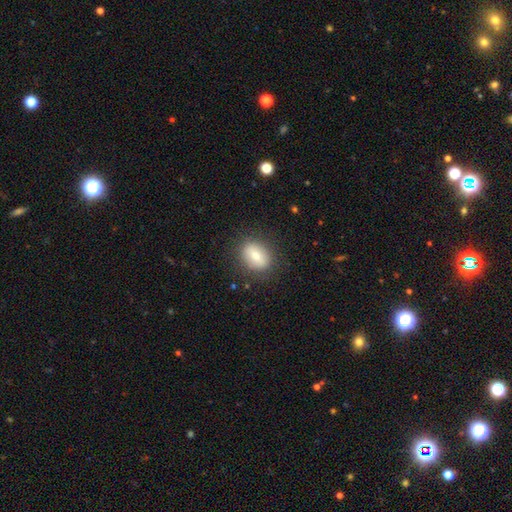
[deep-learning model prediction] Smooth or featured? smooth (73%)
How rounded? in between (70%)
Merging? none (83%)